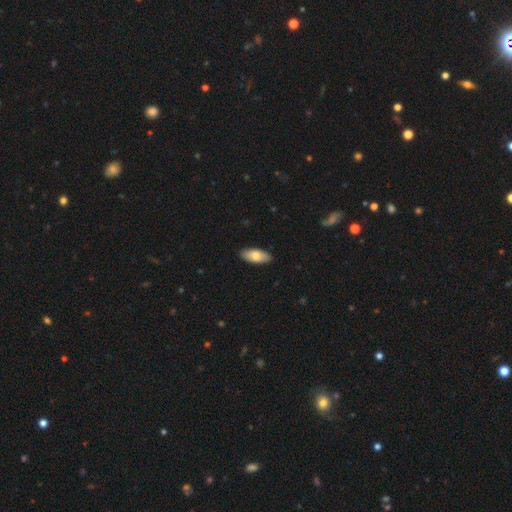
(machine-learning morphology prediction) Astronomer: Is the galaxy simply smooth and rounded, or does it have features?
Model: smooth — 78%.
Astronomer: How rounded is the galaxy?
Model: in between — 86%.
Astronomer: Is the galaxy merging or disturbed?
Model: none — 90%.